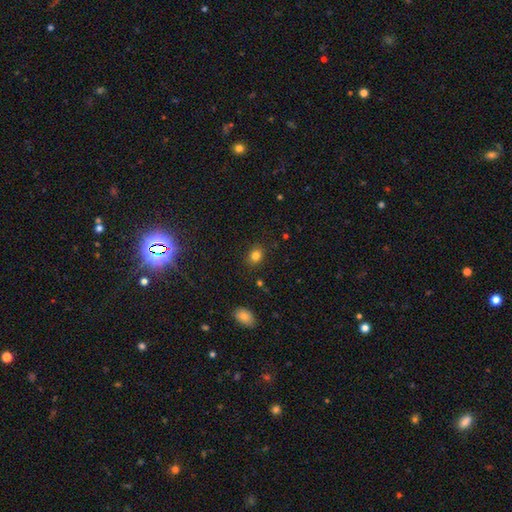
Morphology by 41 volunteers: smooth 85%, featured or disk 10%, star or artifact 5%. Down the decision tree: how rounded — round (57%); merging — none (90%).